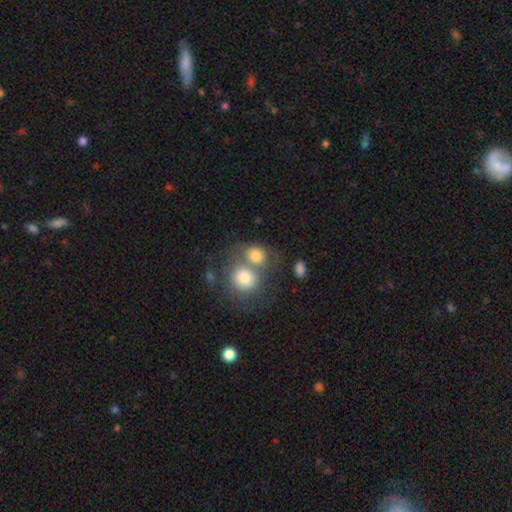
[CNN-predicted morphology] This is likely a smooth galaxy (76%). How rounded: likely round (65%). Merging: possibly merger (59%).